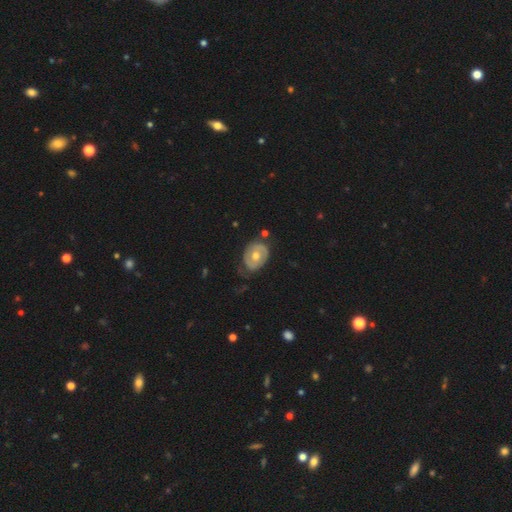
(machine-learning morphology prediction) Smooth or featured?
  - featured or disk: 62% *
  - smooth: 32%
  - star or artifact: 6%
Edge-on disk?
  - no: 96% *
  - yes: 4%
Bar?
  - no: 77% *
  - weak: 18%
  - strong: 5%
Spiral arms?
  - yes: 50% * (tied)
  - no: 50% * (tied)
Bulge size?
  - moderate: 77% *
  - small: 16%
  - large: 5%
  - none: 1%
  - dominant: 1%
Merging?
  - none: 67% *
  - minor disturbance: 23%
  - major disturbance: 8%
  - merger: 3%